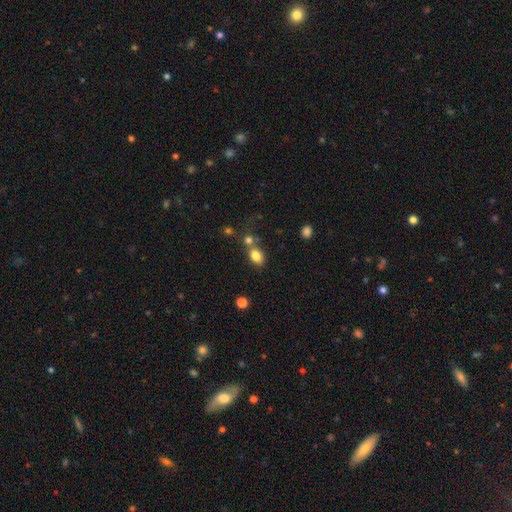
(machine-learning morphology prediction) The model was most divided on "merging": none: 54%, merger: 28%, minor disturbance: 13%, major disturbance: 5%. More confident: smooth or featured — smooth (82%); how rounded — in between (70%).